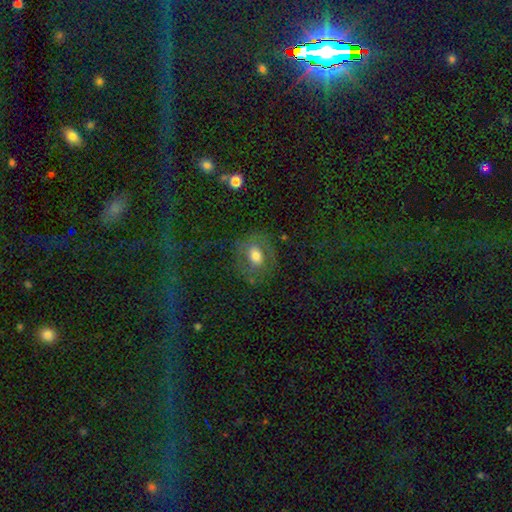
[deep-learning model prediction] Smooth or featured? smooth (56%)
How rounded? in between (56%)
Merging? none (71%)